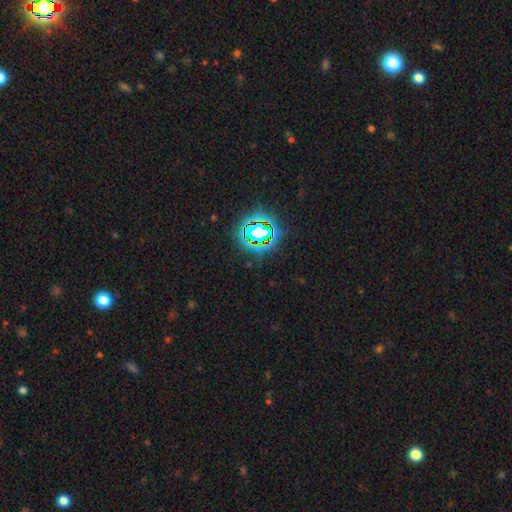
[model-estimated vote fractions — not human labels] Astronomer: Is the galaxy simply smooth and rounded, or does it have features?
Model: star or artifact — 80%.